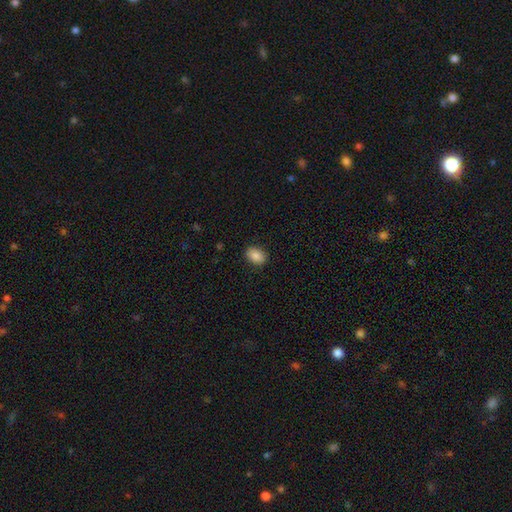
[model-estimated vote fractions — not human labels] smooth 85%, star or artifact 8%, featured or disk 7%. Down the decision tree: how rounded — in between (77%); merging — none (89%).